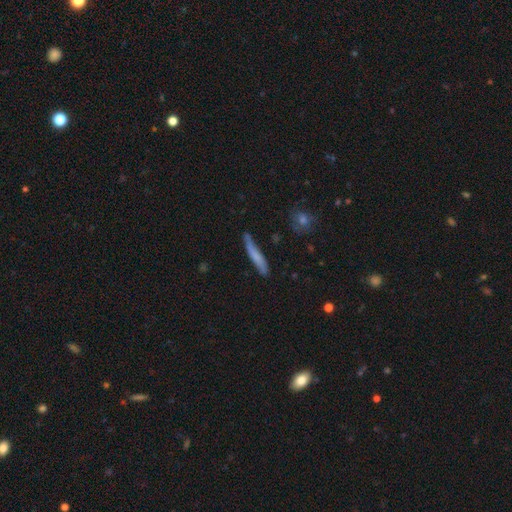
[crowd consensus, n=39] smooth_or_featured: smooth (p=0.64) [alt: featured or disk p=0.36]
how_rounded: cigar-shaped (p=0.96) [alt: in between p=0.04]
merging: none (p=0.67) [alt: minor disturbance p=0.31]